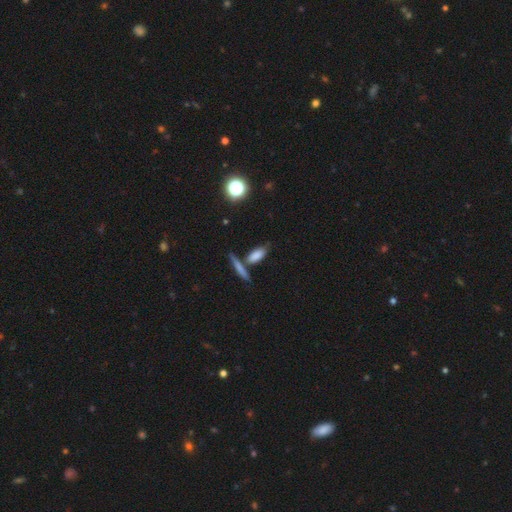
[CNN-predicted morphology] Q: Smooth or featured?
A: smooth (77%); runner-up: featured or disk (14%)
Q: How rounded?
A: in between (64%); runner-up: cigar-shaped (31%)
Q: Merging?
A: none (59%); runner-up: merger (23%)